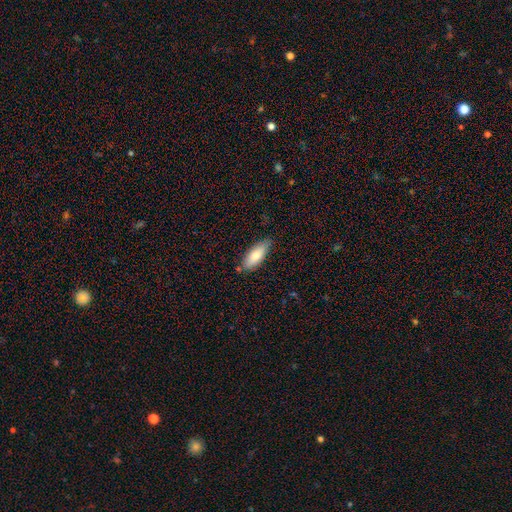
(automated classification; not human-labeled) The model was most divided on "how rounded": in between: 75%, cigar-shaped: 23%, round: 2%. More confident: smooth or featured — smooth (78%); merging — none (76%).